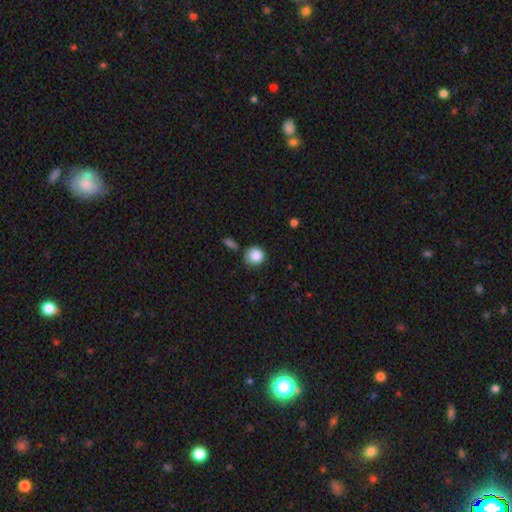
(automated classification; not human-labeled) Smooth or featured? Predicted: smooth (p=0.87). How rounded? Predicted: round (p=0.90). Merging? Predicted: none (p=0.70).